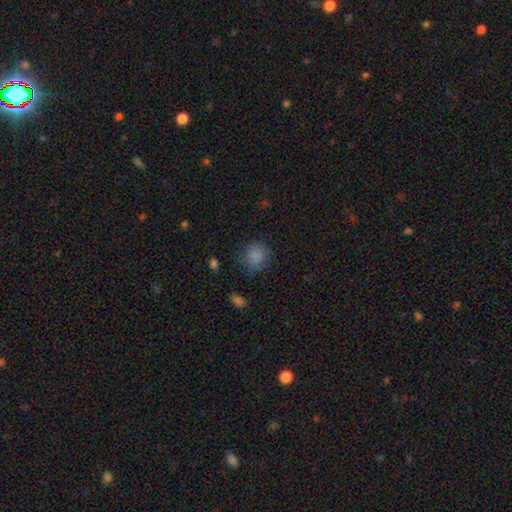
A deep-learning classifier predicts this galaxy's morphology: Smooth or featured? smooth (84%)
How rounded? round (82%)
Merging? none (79%)